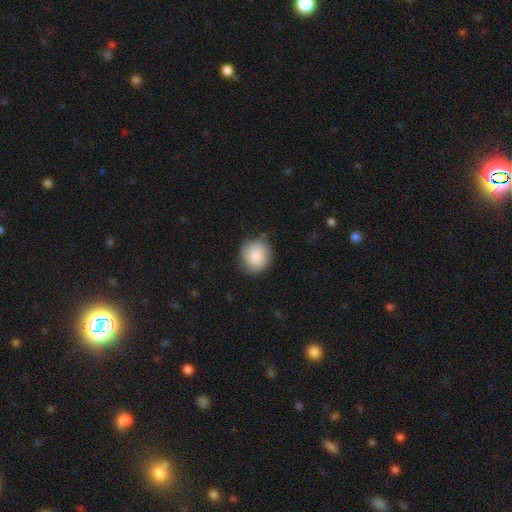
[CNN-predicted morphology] type=smooth (82%); roundness=round (84%); merging=none (76%).